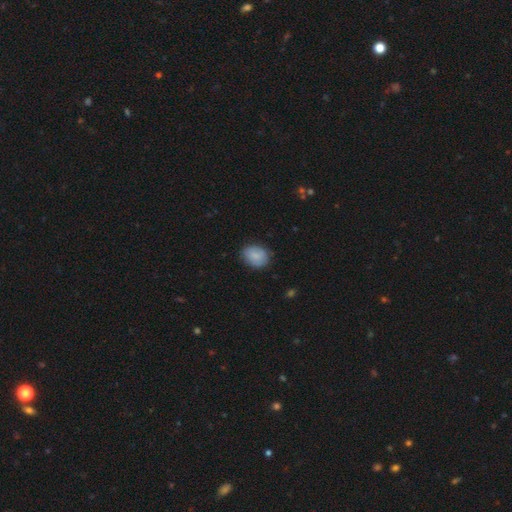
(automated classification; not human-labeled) smooth_or_featured: smooth (p=0.85) [alt: featured or disk p=0.08]
how_rounded: in between (p=0.62) [alt: round p=0.37]
merging: none (p=0.81) [alt: minor disturbance p=0.15]